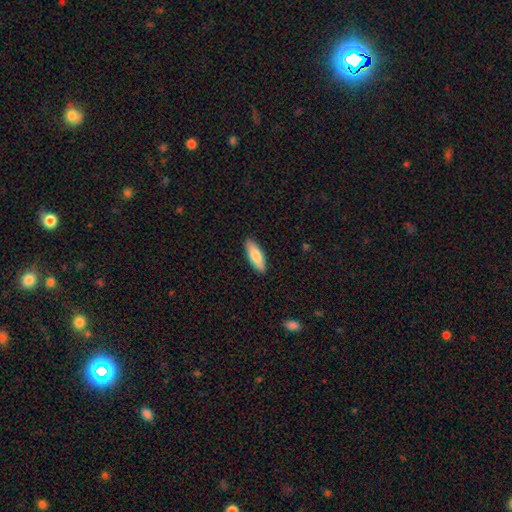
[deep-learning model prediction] Smooth or featured? Predicted: smooth (p=0.81). How rounded? Predicted: in between (p=0.61). Merging? Predicted: none (p=0.89).